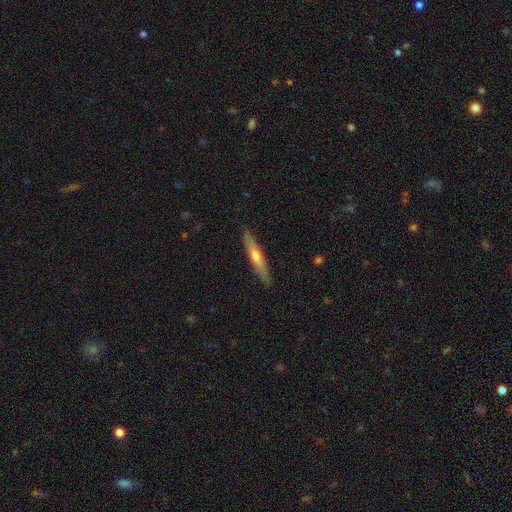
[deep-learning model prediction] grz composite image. It shows a featured or disk galaxy (47%, tied with smooth). Merging: none (88%).